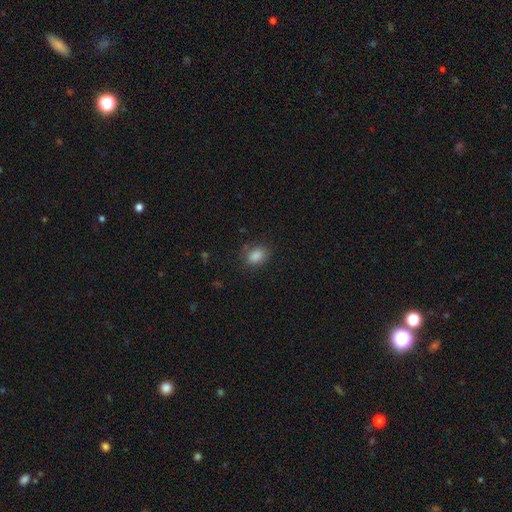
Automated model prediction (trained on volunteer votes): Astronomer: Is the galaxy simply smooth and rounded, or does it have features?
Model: smooth — 85%.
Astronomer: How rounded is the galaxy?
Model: in between — 73%.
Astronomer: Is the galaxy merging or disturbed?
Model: none — 79%.